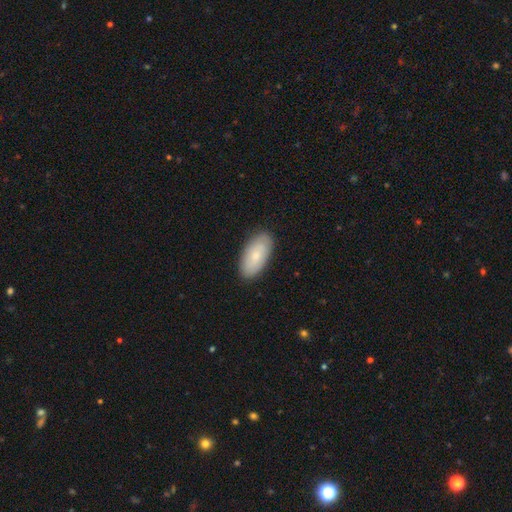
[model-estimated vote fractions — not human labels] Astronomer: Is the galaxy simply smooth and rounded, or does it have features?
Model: smooth — 73%.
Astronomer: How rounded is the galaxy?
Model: in between — 94%.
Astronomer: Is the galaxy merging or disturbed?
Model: none — 87%.